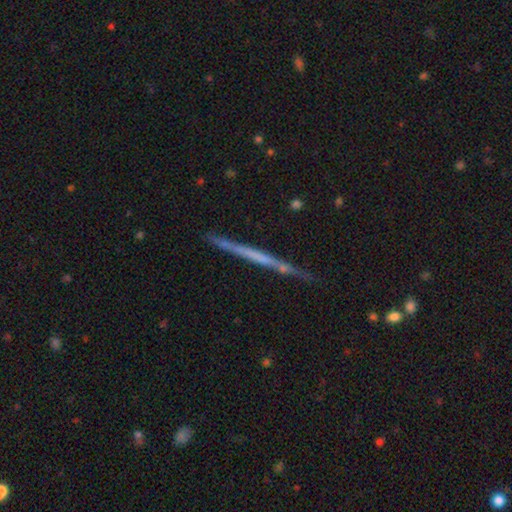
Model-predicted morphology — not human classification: This is likely a featured or disk galaxy (62%). It is clearly viewed edge-on (97%). Edge-on bulge: clearly none (86%). Merging: clearly none (83%).